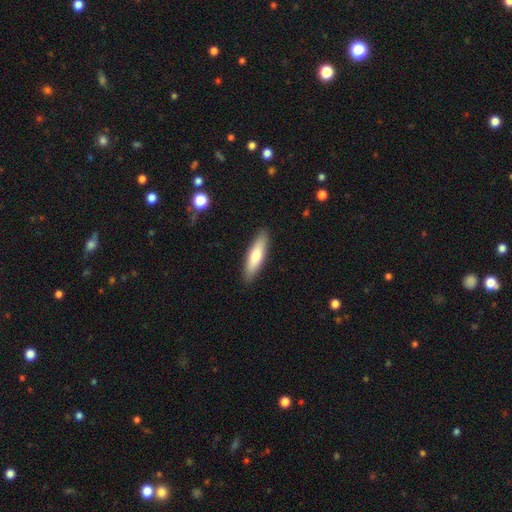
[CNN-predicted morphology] Overall: smooth (69%). How rounded: cigar-shaped (66%; in between 32%). Merging: none (89%).